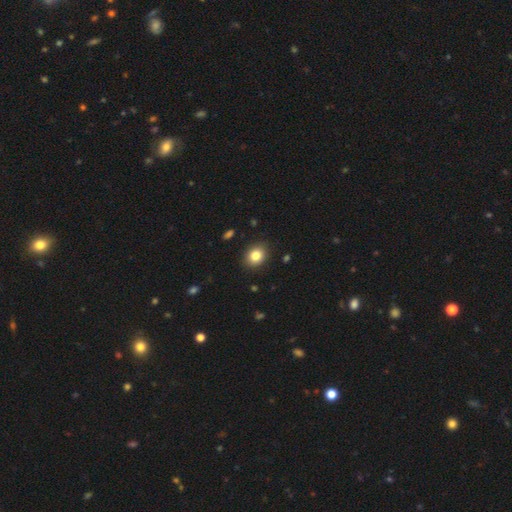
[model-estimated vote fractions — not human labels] smooth_or_featured: smooth (p=0.84) [alt: star or artifact p=0.10]
how_rounded: round (p=0.57) [alt: in between p=0.42]
merging: none (p=0.89) [alt: minor disturbance p=0.08]